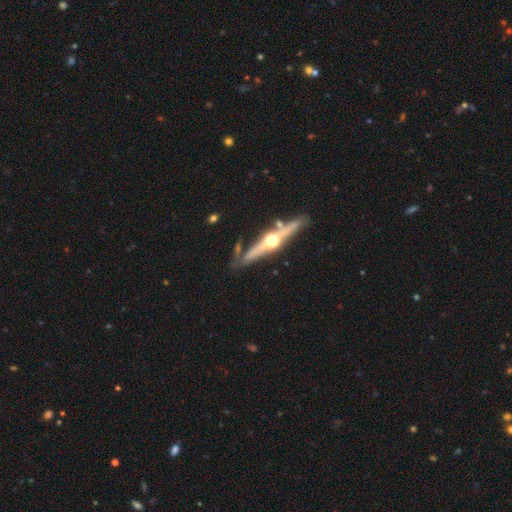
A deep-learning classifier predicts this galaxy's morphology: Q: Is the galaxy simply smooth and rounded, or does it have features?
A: featured or disk — 64%.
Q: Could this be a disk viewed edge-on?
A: yes — 90%.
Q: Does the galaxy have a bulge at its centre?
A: rounded — 90%.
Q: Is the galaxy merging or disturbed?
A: none — 74%.